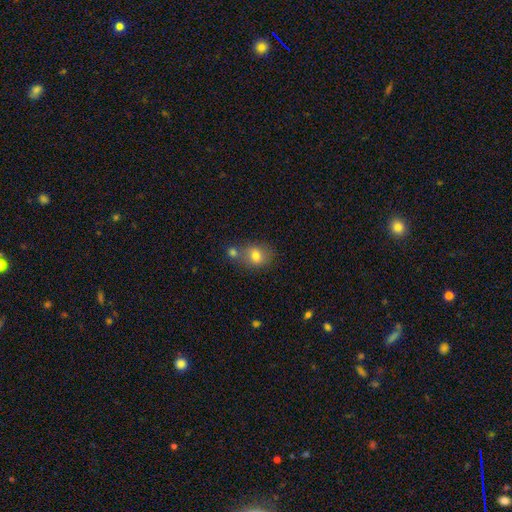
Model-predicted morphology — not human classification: smooth 77%, featured or disk 12%, star or artifact 11%. Down the decision tree: how rounded — round (60%); merging — none (54%).